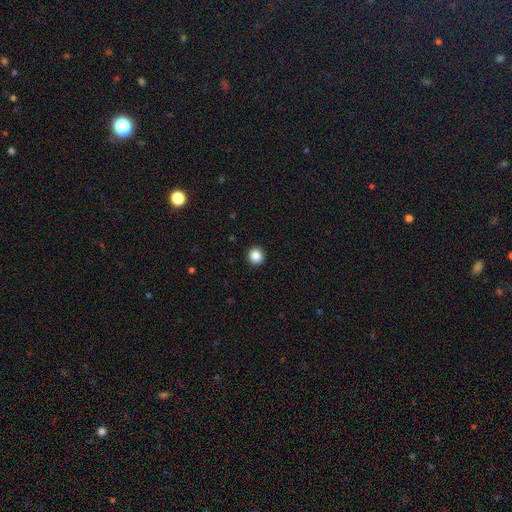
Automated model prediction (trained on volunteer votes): This is clearly a smooth galaxy (87%). How rounded: clearly round (90%). Merging: clearly none (92%).